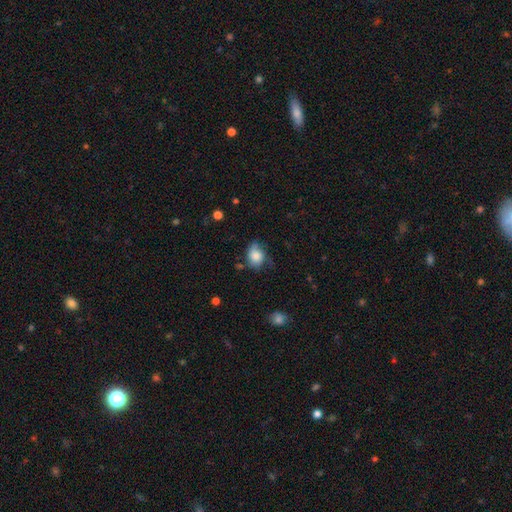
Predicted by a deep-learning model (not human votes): smooth_or_featured: smooth (p=0.77) [alt: featured or disk p=0.15]
how_rounded: in between (p=0.63) [alt: round p=0.36]
merging: none (p=0.47) [alt: minor disturbance p=0.36]